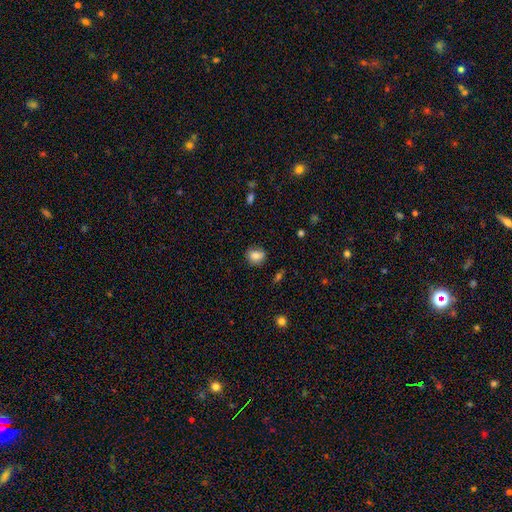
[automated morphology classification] Smooth or featured? smooth (81%)
How rounded? round (65%)
Merging? none (80%)